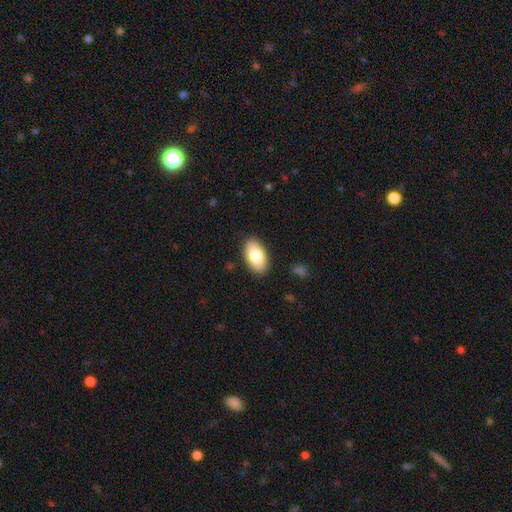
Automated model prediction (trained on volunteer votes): smooth_or_featured: smooth (p=0.80) [alt: featured or disk p=0.14]
how_rounded: in between (p=0.95) [alt: round p=0.04]
merging: none (p=0.88) [alt: minor disturbance p=0.09]